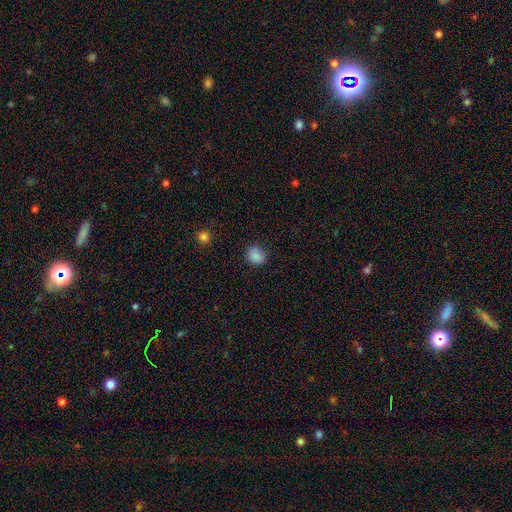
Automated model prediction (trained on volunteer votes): smooth 85%, star or artifact 11%, featured or disk 4%. Down the decision tree: how rounded — round (62%); merging — none (79%).